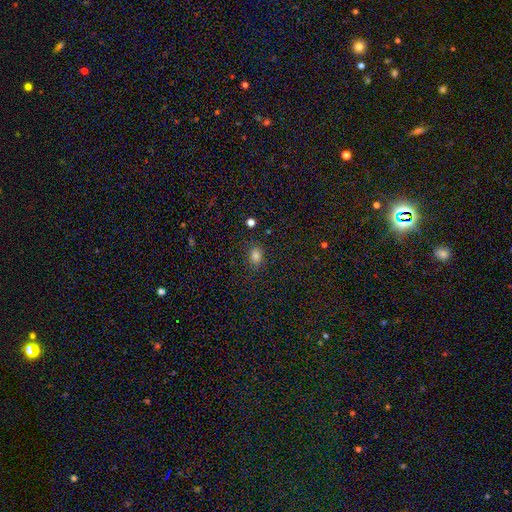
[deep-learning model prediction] The model was most divided on "how rounded": in between: 62%, round: 37%, cigar-shaped: 1%. More confident: merging — none (82%); smooth or featured — smooth (80%).